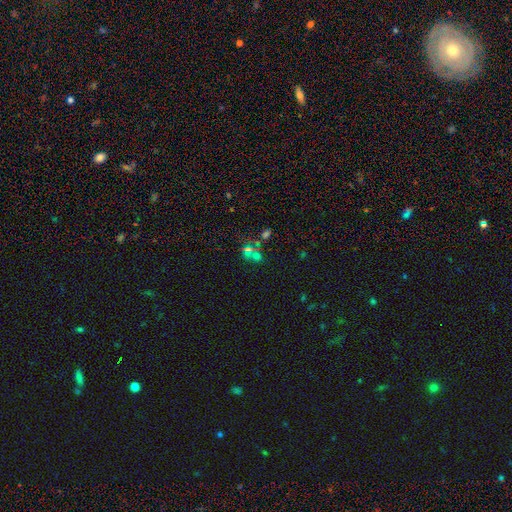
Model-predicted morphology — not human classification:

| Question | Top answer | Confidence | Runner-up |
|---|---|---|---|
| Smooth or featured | star or artifact | 45% | smooth (37%) |